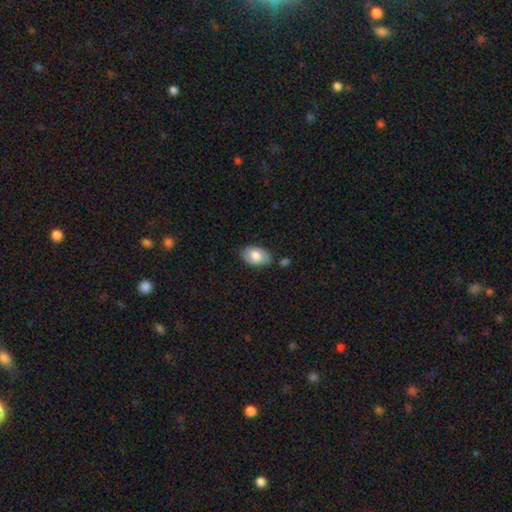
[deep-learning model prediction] A smooth galaxy with no disk features (78%) that is in between round and cigar-shaped (90%).

Vote fractions:
- Smooth or featured? smooth: 78% / featured or disk: 15% / star or artifact: 7%
- How rounded? in between: 90% / round: 9% / cigar-shaped: 1%
- Merging? none: 76% / minor disturbance: 16% / merger: 5% / major disturbance: 3%